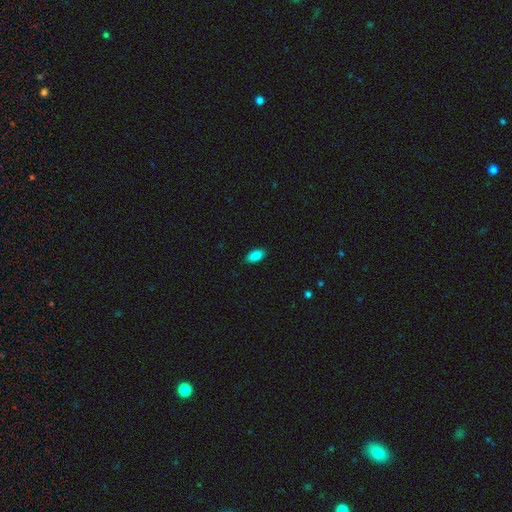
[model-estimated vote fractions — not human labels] A smooth galaxy with no disk features (86%) that is in between round and cigar-shaped (91%). Merging: none (87%).